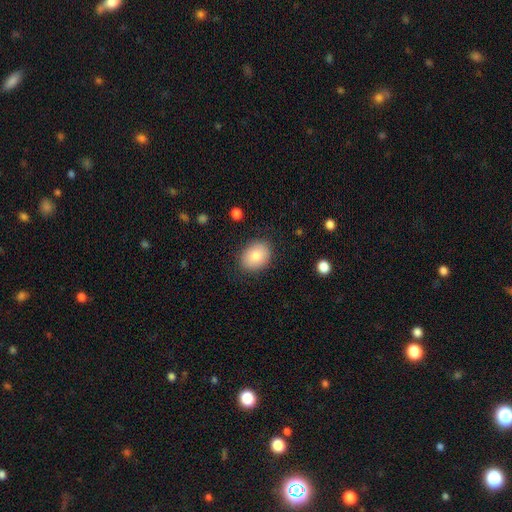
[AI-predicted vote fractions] smooth 82%, featured or disk 10%, star or artifact 7%. Down the decision tree: how rounded — in between (62%); merging — none (86%).